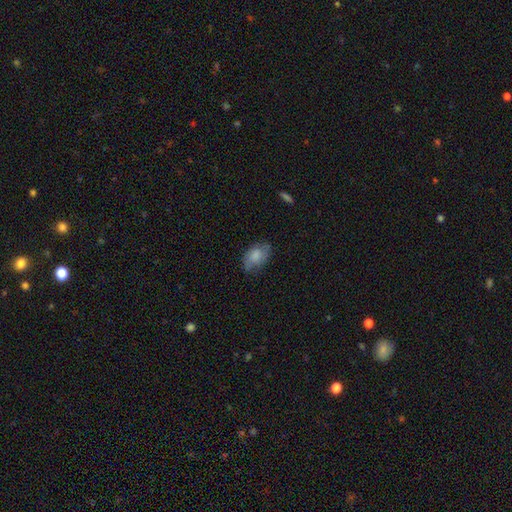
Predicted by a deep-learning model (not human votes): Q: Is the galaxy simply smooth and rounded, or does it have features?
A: smooth — 71%.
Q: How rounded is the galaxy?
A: in between — 89%.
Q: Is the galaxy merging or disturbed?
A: none — 65%.